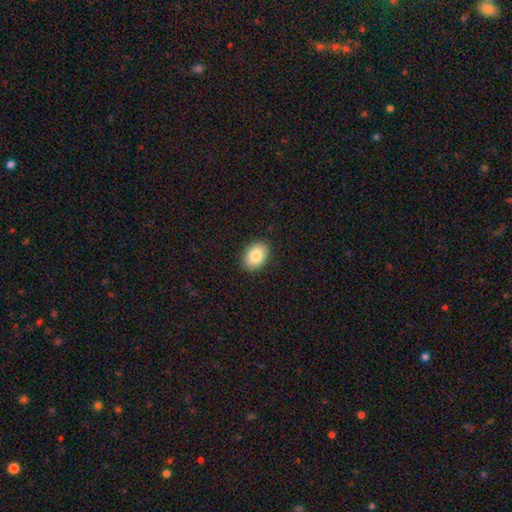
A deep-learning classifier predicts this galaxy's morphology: Q: Smooth or featured?
A: smooth (85%); runner-up: featured or disk (8%)
Q: How rounded?
A: in between (82%); runner-up: round (17%)
Q: Merging?
A: none (89%); runner-up: minor disturbance (8%)